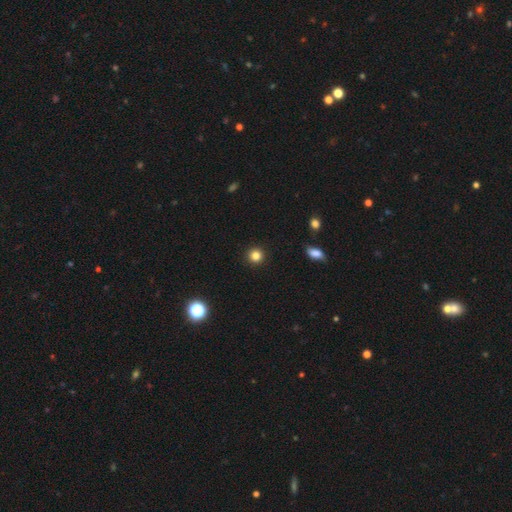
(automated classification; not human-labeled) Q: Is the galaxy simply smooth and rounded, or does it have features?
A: smooth — 83%.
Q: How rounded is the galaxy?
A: round — 94%.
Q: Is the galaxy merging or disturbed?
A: none — 93%.